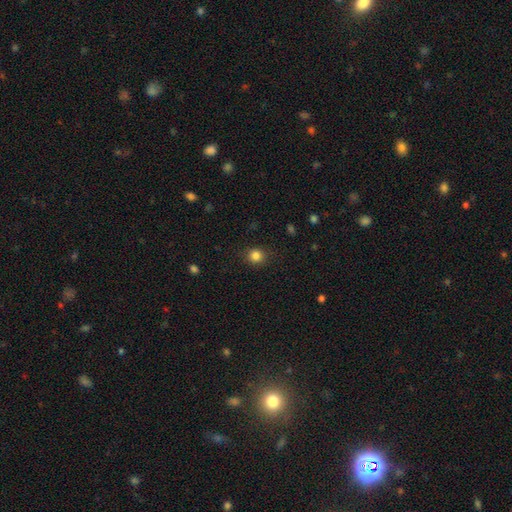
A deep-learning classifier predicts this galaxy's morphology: Smooth or featured: smooth — 84% (star or artifact — 12%)
How rounded: round — 84% (in between — 15%)
Merging: none — 86% (minor disturbance — 10%)